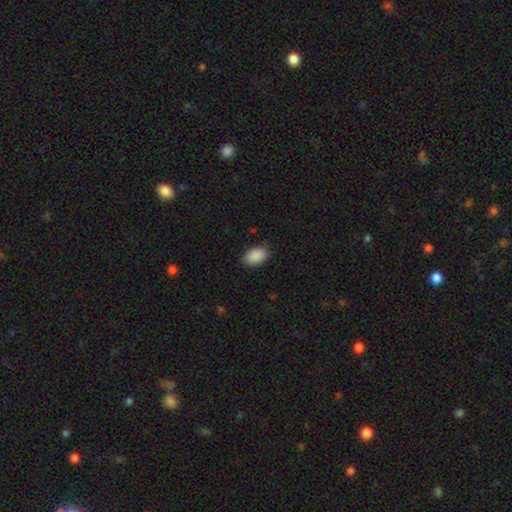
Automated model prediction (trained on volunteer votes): Smooth or featured? smooth (90%)
How rounded? in between (90%)
Merging? none (86%)